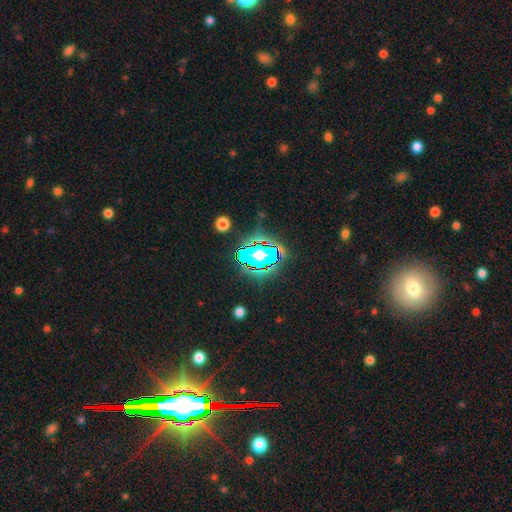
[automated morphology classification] Overall: star or artifact (80%).